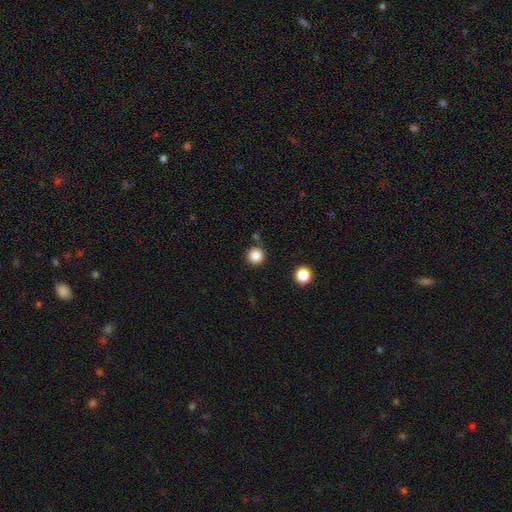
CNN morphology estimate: The model was most divided on "smooth or featured": smooth: 86%, star or artifact: 11%, featured or disk: 3%. More confident: how rounded — round (95%); merging — none (86%).